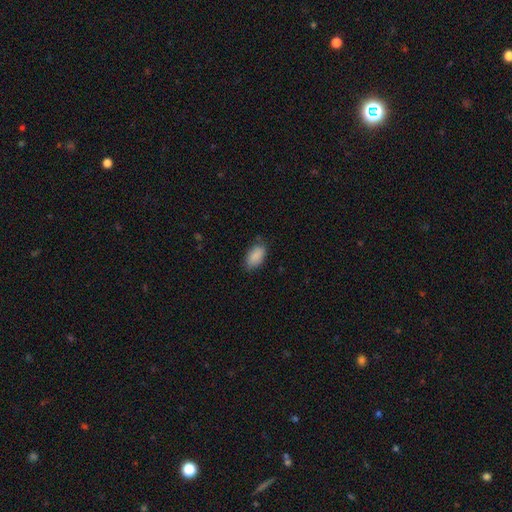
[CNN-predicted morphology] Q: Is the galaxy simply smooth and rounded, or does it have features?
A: smooth — 89%.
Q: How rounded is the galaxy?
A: in between — 93%.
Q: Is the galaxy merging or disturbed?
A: none — 75%.